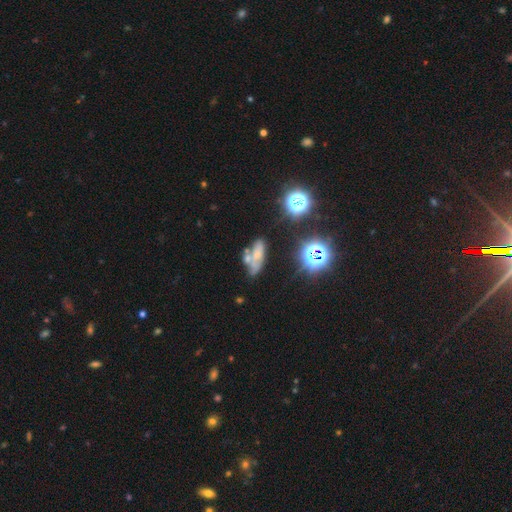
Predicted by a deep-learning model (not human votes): Q: Smooth or featured?
A: smooth (45%); runner-up: featured or disk (31%)
Q: Merging?
A: none (40%); runner-up: merger (30%)